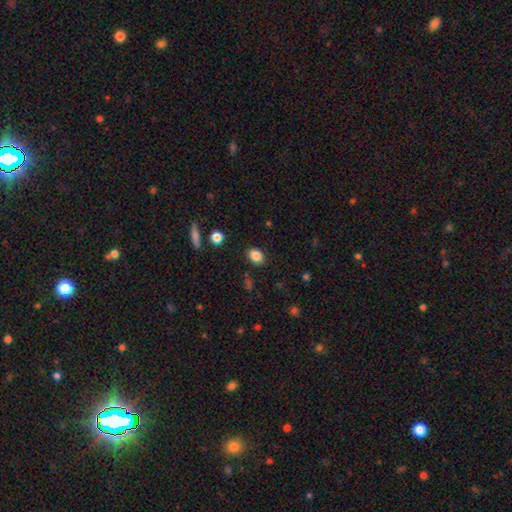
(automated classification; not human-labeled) A smooth galaxy with no disk features (85%) that is in between round and cigar-shaped (71%). Merging: none (85%).